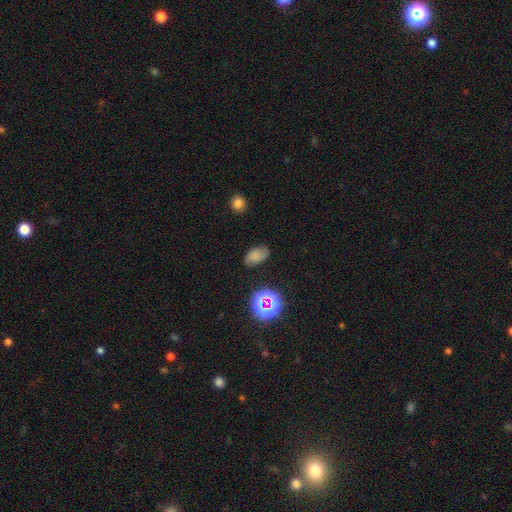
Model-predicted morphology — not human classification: Smooth or featured? Predicted: smooth (p=0.69). How rounded? Predicted: in between (p=0.89). Merging? Predicted: none (p=0.77).